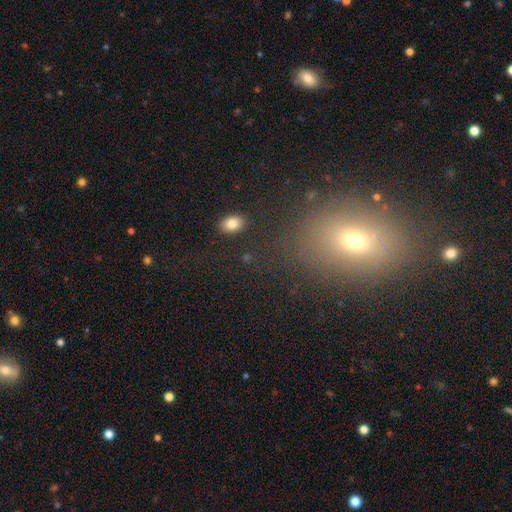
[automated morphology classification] Smooth or featured: smooth — 54% (star or artifact — 33%)
How rounded: in between — 63% (round — 34%)
Merging: none — 81% (minor disturbance — 10%)